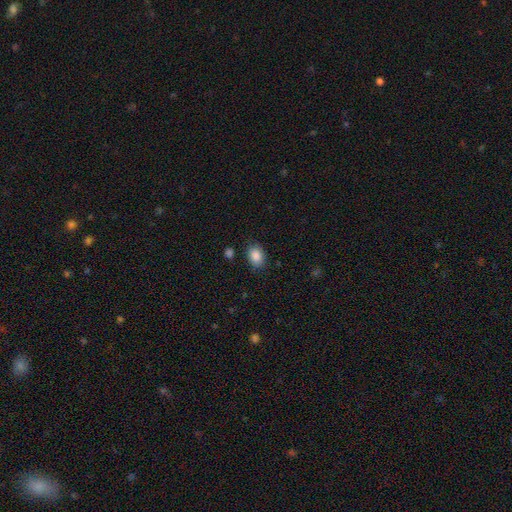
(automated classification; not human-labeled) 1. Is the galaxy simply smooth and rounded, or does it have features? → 88% smooth, 8% star or artifact, 4% featured or disk.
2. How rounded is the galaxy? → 73% in between, 26% round, 1% cigar-shaped.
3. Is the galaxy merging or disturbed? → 83% none, 11% minor disturbance, 3% major disturbance, 2% merger.